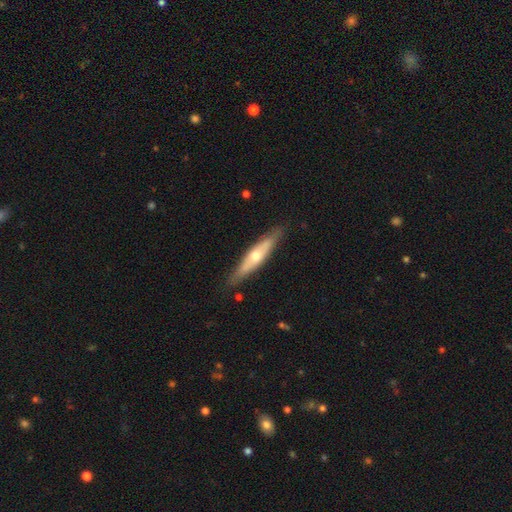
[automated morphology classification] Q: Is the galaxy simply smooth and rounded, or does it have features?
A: featured or disk — 55%.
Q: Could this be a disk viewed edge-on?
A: yes — 80%.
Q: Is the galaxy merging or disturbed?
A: none — 84%.